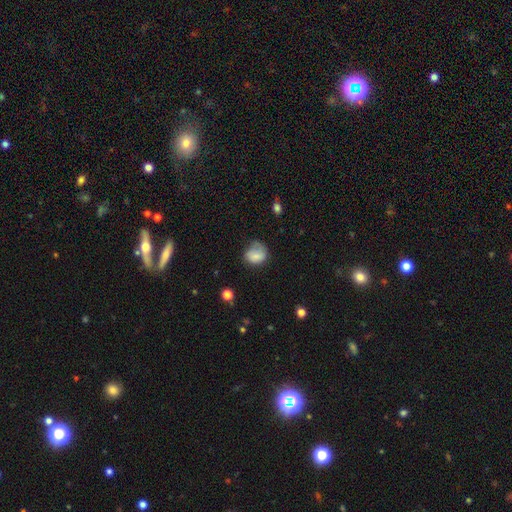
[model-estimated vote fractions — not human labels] Smooth or featured? smooth (74%)
How rounded? round (59%)
Merging? none (42%)